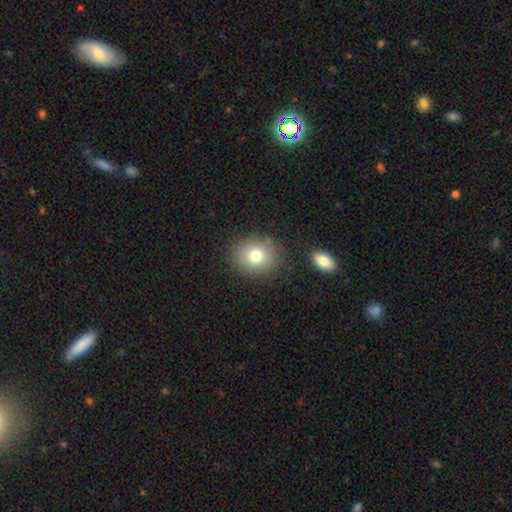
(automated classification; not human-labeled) A smooth galaxy with no disk features (77%) that is round (71%).

Vote fractions:
- Smooth or featured? smooth: 77% / star or artifact: 12% / featured or disk: 11%
- How rounded? round: 71% / in between: 28% / cigar-shaped: 1%
- Merging? none: 84% / minor disturbance: 9% / major disturbance: 4% / merger: 3%